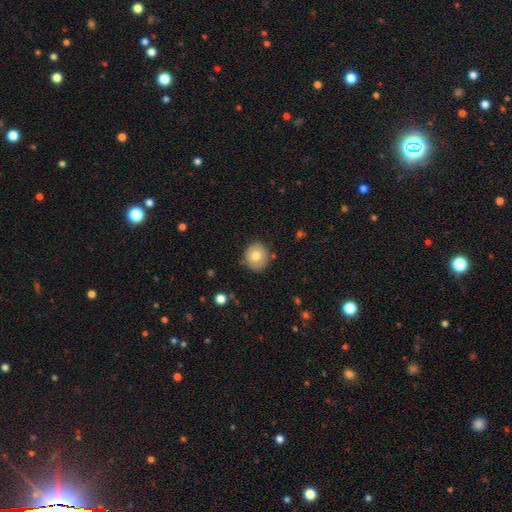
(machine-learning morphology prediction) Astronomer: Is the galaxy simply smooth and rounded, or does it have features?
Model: smooth — 75%.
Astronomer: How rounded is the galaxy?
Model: round — 82%.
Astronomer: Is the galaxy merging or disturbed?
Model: none — 85%.